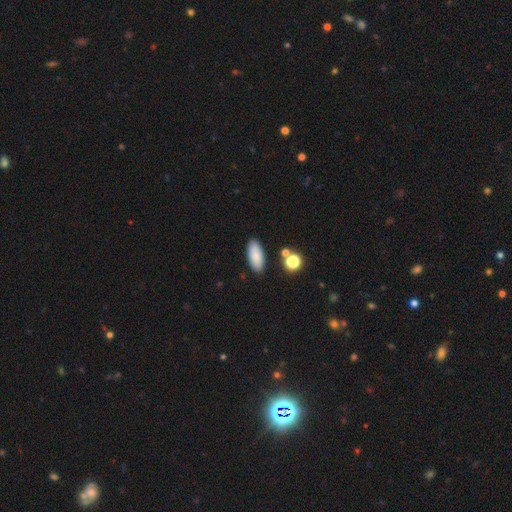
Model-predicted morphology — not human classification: Q: Smooth or featured?
A: smooth (86%); runner-up: star or artifact (8%)
Q: How rounded?
A: in between (83%); runner-up: cigar-shaped (14%)
Q: Merging?
A: none (86%); runner-up: minor disturbance (9%)